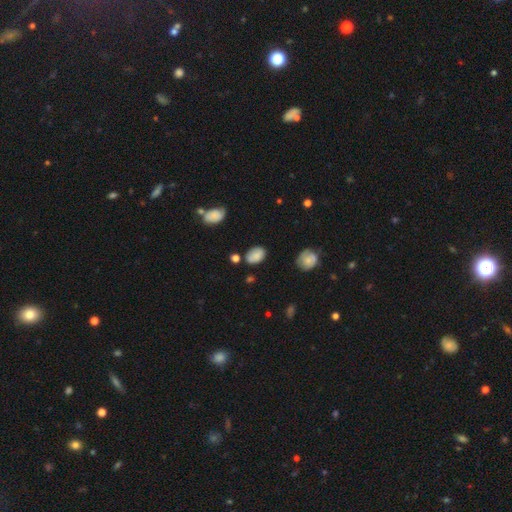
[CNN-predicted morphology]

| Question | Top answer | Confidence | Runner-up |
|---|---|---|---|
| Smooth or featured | smooth | 83% | star or artifact (9%) |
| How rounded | in between | 83% | round (15%) |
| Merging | none | 73% | minor disturbance (18%) |